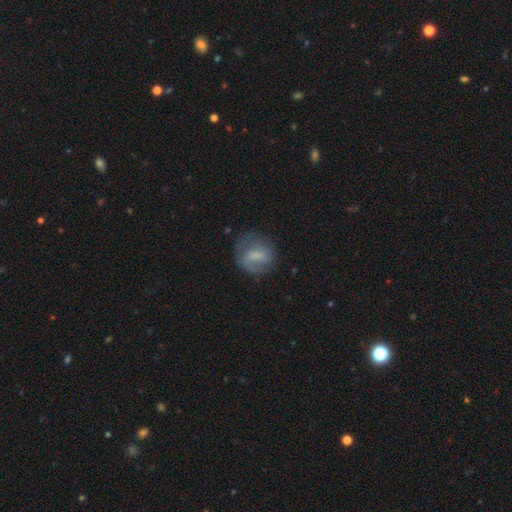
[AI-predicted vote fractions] A smooth galaxy with no disk features (57%) that is round (62%).

Vote fractions:
- Smooth or featured? smooth: 57% / featured or disk: 34% / star or artifact: 9%
- How rounded? round: 62% / in between: 36% / cigar-shaped: 2%
- Merging? none: 60% / minor disturbance: 24% / major disturbance: 15% / merger: 2%